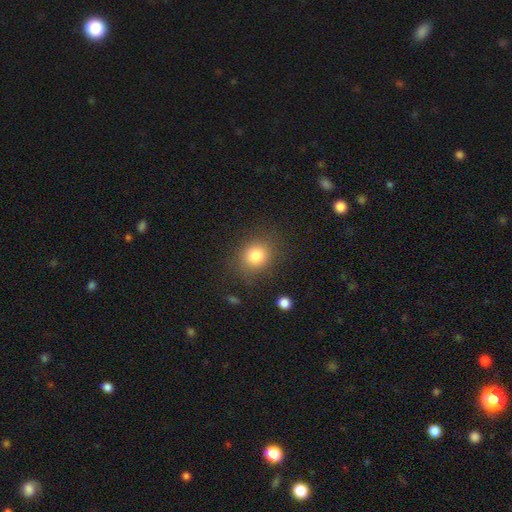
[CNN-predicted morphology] The model was most divided on "how rounded": round: 72%, in between: 27%, cigar-shaped: 1%. More confident: merging — none (83%); smooth or featured — smooth (81%).